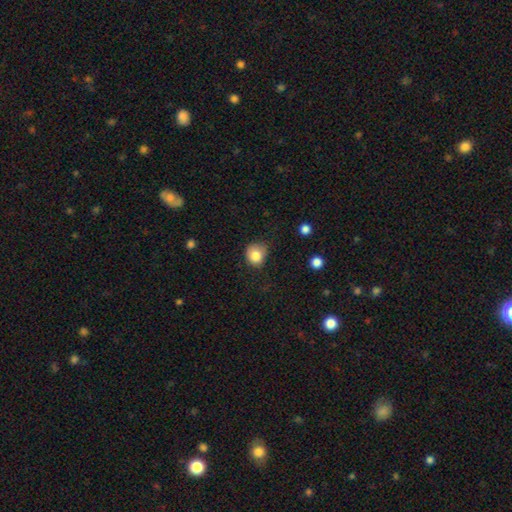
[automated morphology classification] smooth-or-featured: smooth: 83% | star or artifact: 10% | featured or disk: 7%
  how-rounded: round: 78% | in between: 21% | cigar-shaped: 1%
  merging: none: 60% | minor disturbance: 30% | major disturbance: 8% | merger: 2%